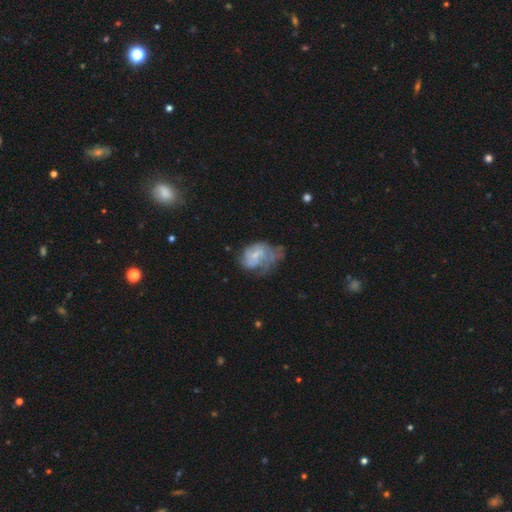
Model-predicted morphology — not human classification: A featured or disk galaxy (58%) with no bar (56%), spiral arms (61%) and a small central bulge (49%). Merging: major disturbance (41%).